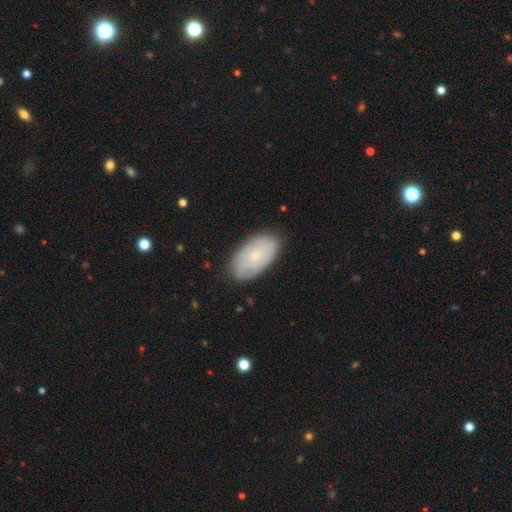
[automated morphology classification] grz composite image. It shows a smooth galaxy with no disk features (60%) that is in between round and cigar-shaped (94%). Merging: none (82%).